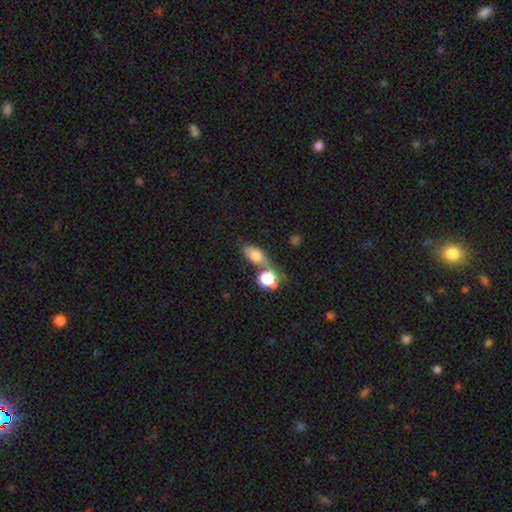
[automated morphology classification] smooth 69%, star or artifact 16%, featured or disk 15%. Down the decision tree: how rounded — in between (78%); merging — none (51%).